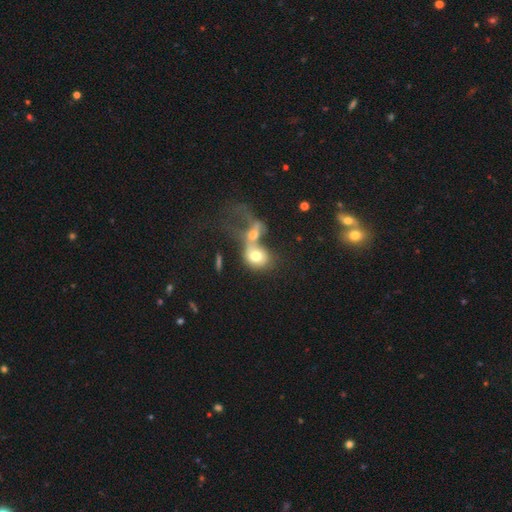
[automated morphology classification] Smooth or featured? smooth (60%)
How rounded? round (56%)
Merging? merger (72%)